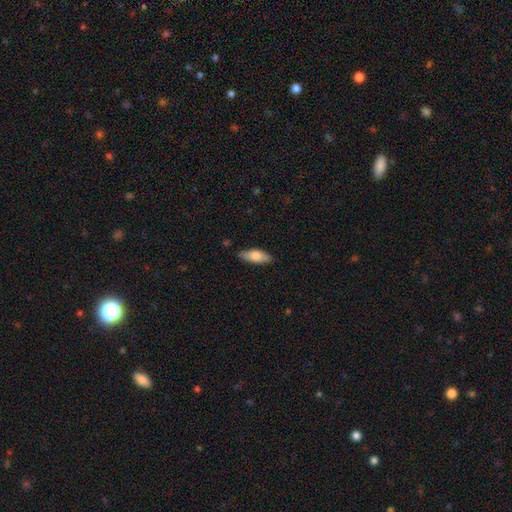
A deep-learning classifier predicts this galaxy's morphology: smooth 75%, featured or disk 19%, star or artifact 6%. Down the decision tree: how rounded — in between (71%); merging — none (82%).